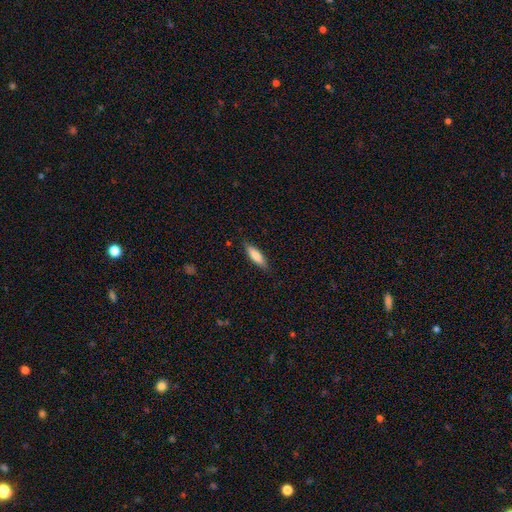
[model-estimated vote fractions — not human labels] smooth-or-featured: smooth: 79% | featured or disk: 15% | star or artifact: 6%
  how-rounded: cigar-shaped: 61% | in between: 38% | round: 1%
  merging: none: 84% | minor disturbance: 12% | major disturbance: 2% | merger: 1%